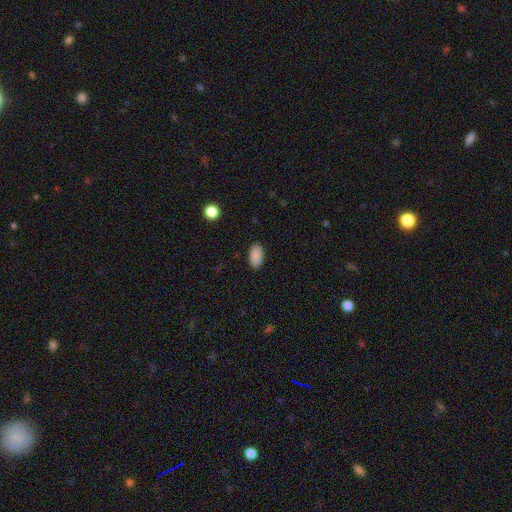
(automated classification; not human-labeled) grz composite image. It shows a smooth galaxy with no disk features (89%) that is in between round and cigar-shaped (94%). Merging: none (87%).